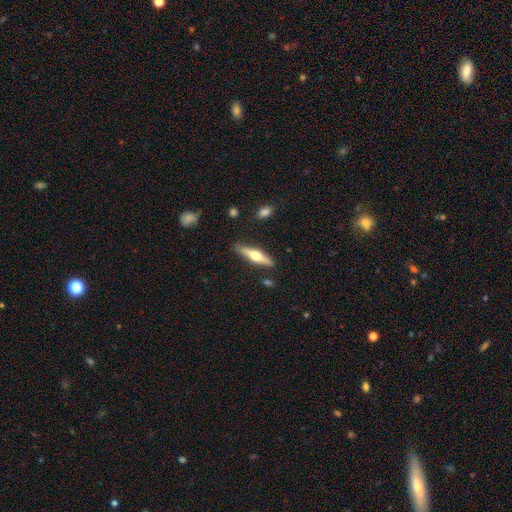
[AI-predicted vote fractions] Overall: featured or disk (58%; smooth 37%). Edge-on disk: yes (95%). Edge-on bulge: rounded (94%). Merging: none (86%).